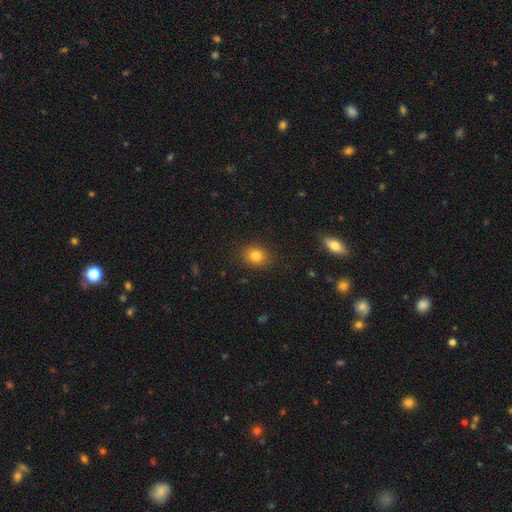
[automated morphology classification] Smooth or featured: smooth — 81% (star or artifact — 12%)
How rounded: round — 57% (in between — 42%)
Merging: none — 88% (minor disturbance — 8%)